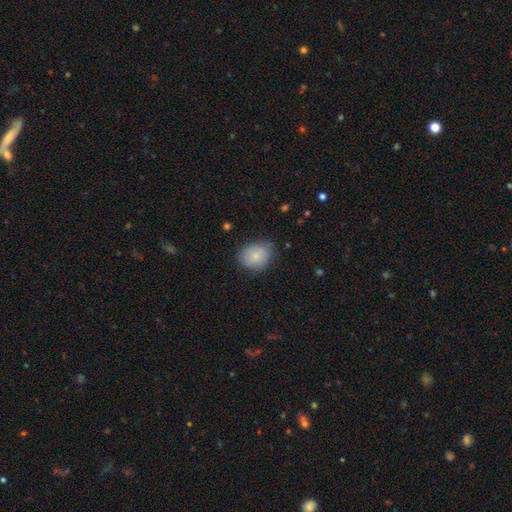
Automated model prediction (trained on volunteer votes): Smooth or featured? Predicted: smooth (p=0.79). How rounded? Predicted: round (p=0.52). Merging? Predicted: none (p=0.69).